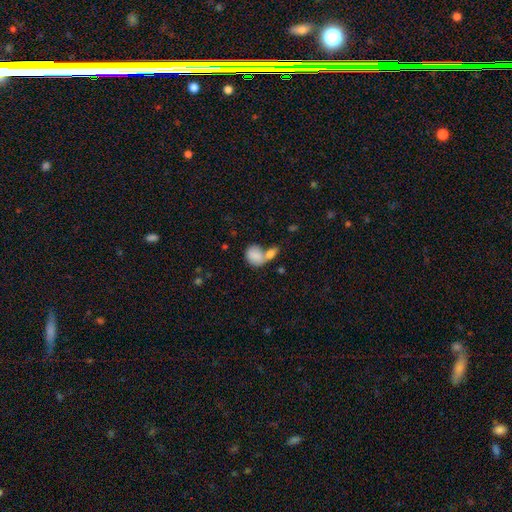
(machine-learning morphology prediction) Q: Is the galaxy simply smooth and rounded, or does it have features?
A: smooth — 83%.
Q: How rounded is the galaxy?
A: in between — 59%.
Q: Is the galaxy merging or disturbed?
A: merger — 57%.